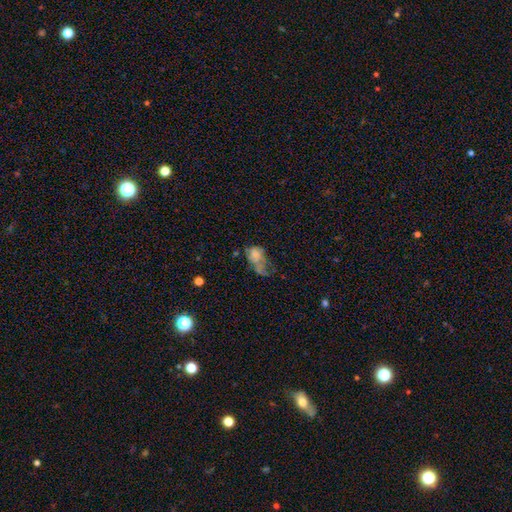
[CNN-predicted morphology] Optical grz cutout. It shows a smooth galaxy with no disk features (58%) that is in between round and cigar-shaped (79%). Merging: major disturbance (49%).